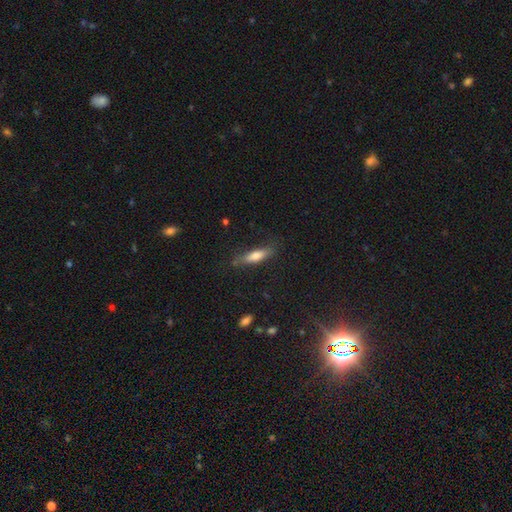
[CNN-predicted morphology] The model was most divided on "how rounded": cigar-shaped: 64%, in between: 34%, round: 2%. More confident: merging — none (74%); smooth or featured — smooth (69%).